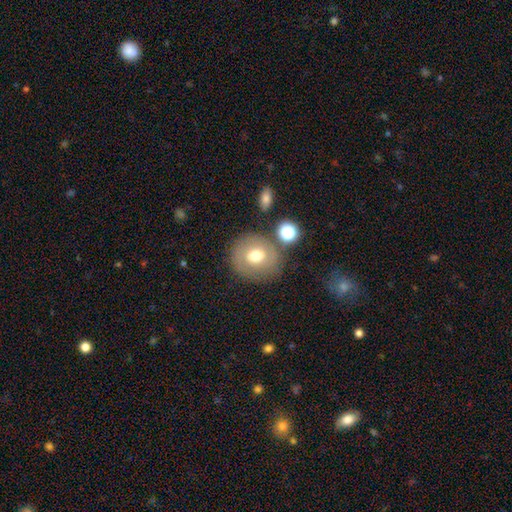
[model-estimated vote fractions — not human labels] Overall: smooth (62%; featured or disk 28%). How rounded: round (85%). Merging: none (73%).